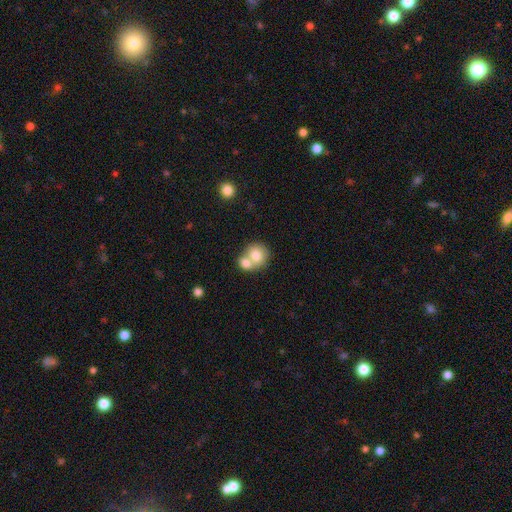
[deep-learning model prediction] Morphology: type=smooth (77%); roundness=round (76%); merging=merger (60%).